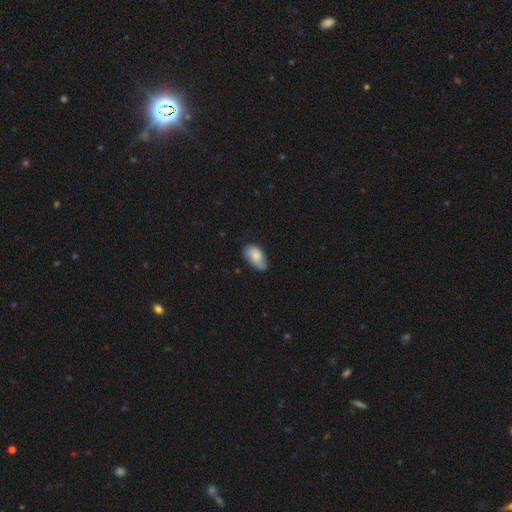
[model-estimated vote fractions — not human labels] The model was most divided on "merging": none: 55%, minor disturbance: 34%, major disturbance: 9%, merger: 2%. More confident: how rounded — in between (92%); smooth or featured — smooth (70%).